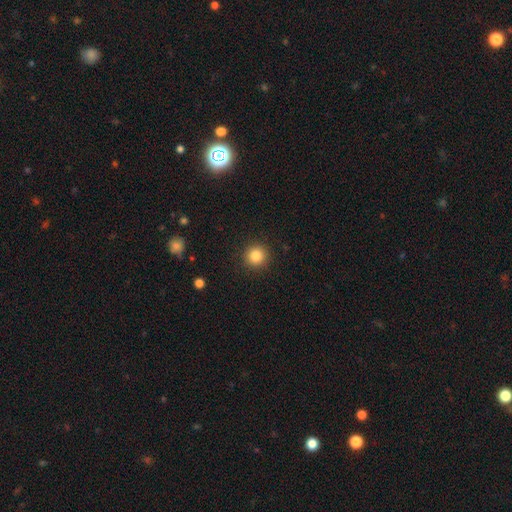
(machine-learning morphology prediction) Smooth or featured: smooth — 84% (star or artifact — 11%)
How rounded: round — 93% (in between — 6%)
Merging: none — 92% (minor disturbance — 5%)